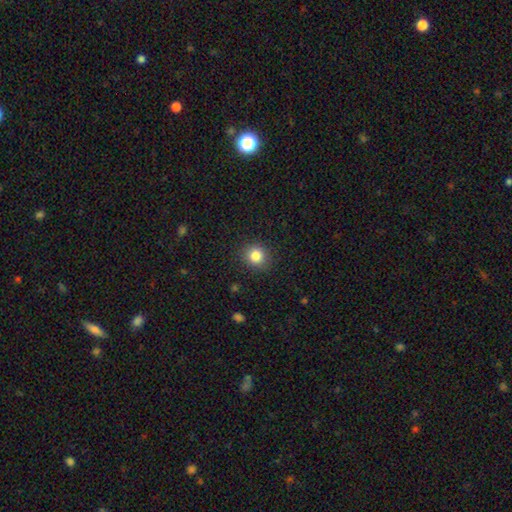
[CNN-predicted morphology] This is clearly a smooth galaxy (84%). How rounded: clearly round (85%). Merging: clearly none (89%).